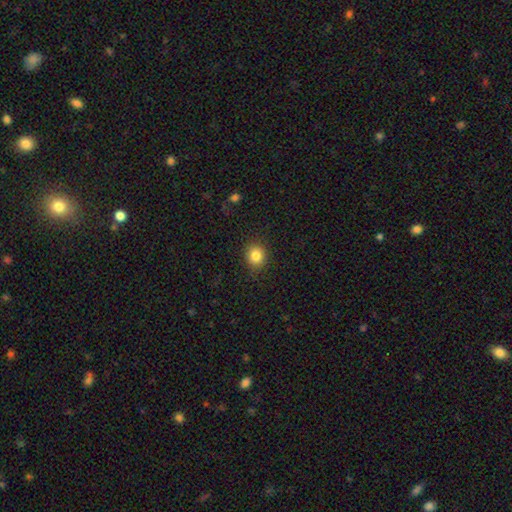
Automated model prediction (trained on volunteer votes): smooth 84%, star or artifact 11%, featured or disk 5%. Down the decision tree: how rounded — round (79%); merging — none (88%).